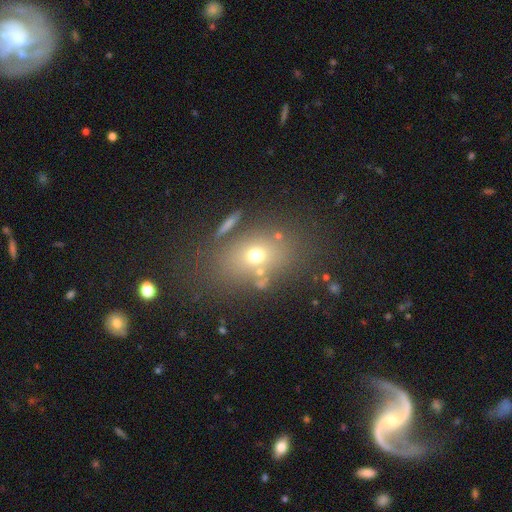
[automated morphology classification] type=smooth (65%); roundness=in between (59%); merging=none (72%).